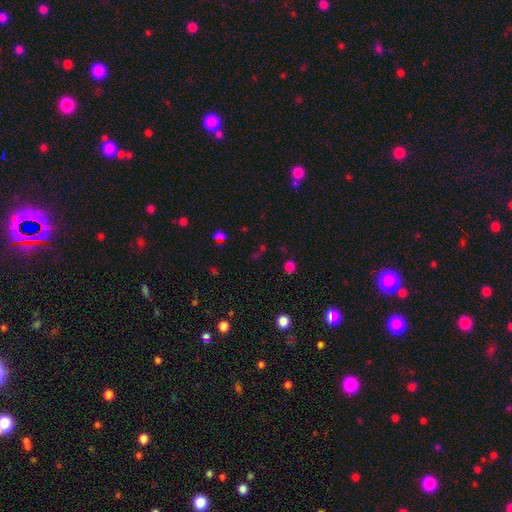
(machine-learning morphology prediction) type=star or artifact (51%).